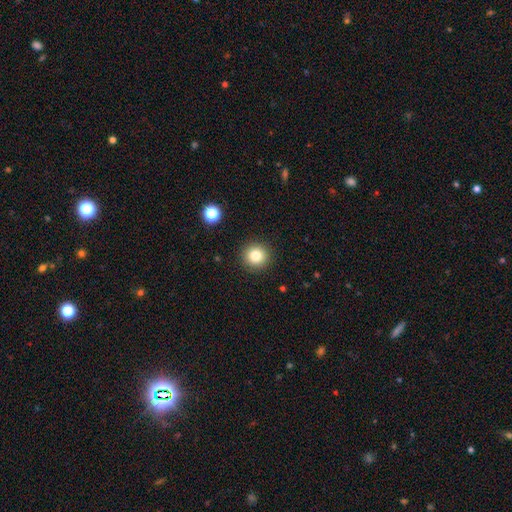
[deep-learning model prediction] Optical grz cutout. It shows a smooth galaxy with no disk features (81%) that is round (93%). Merging: none (91%).